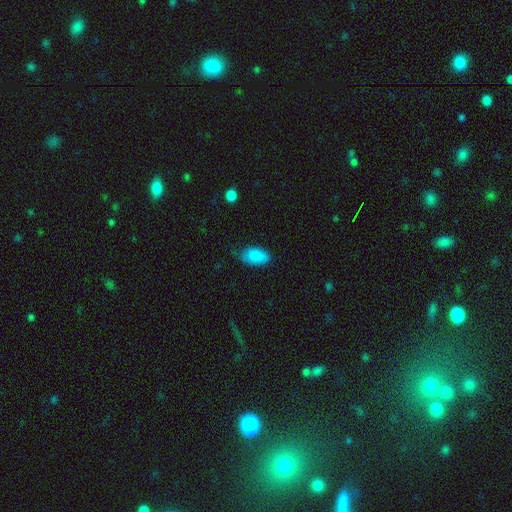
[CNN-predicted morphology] This appears to be a smooth galaxy with no disk features (87%) that is in between round and cigar-shaped (93%). Merging: none (60%).